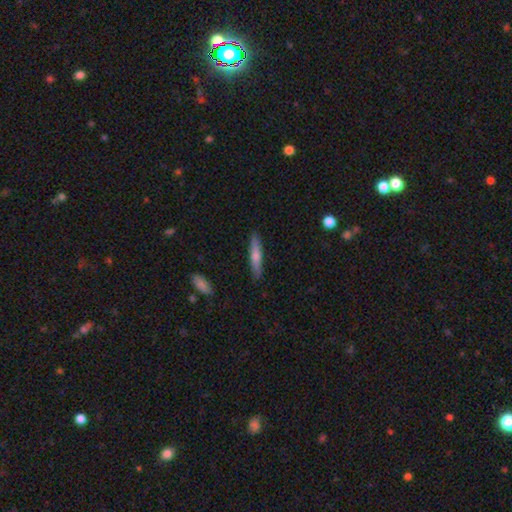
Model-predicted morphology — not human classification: A smooth galaxy with no disk features (63%) that is cigar-shaped (88%). Merging: none (89%).